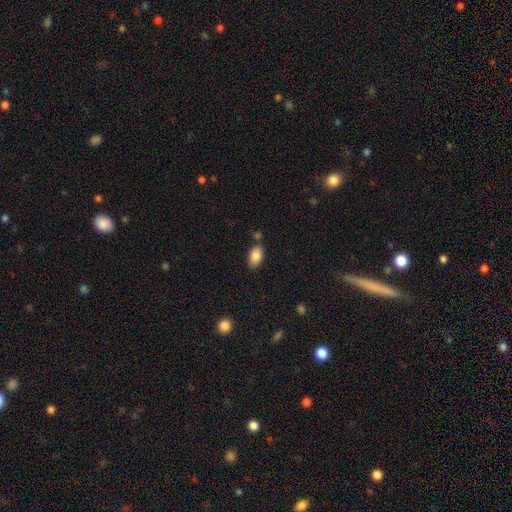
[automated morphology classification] Overall: smooth (87%). How rounded: in between (93%). Merging: none (74%).